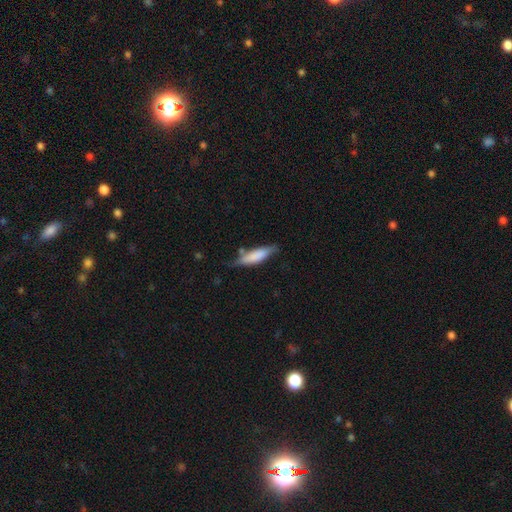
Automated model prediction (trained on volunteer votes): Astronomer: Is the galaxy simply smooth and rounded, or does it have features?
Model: smooth — 75%.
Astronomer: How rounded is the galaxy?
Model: cigar-shaped — 64%.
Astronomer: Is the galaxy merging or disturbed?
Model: none — 61%.